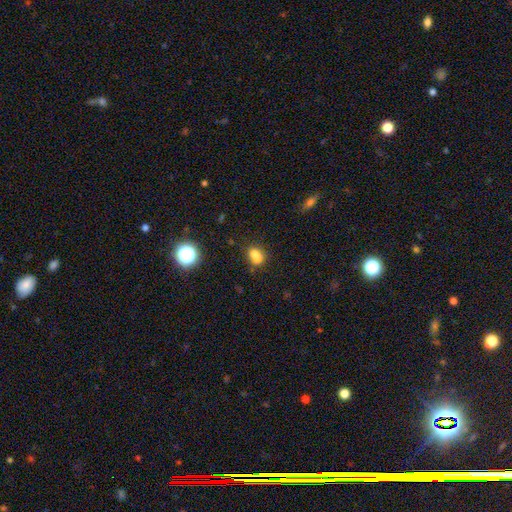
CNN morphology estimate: This is likely a smooth galaxy (71%). How rounded: possibly in between (51%). Merging: marginally merger (43%).